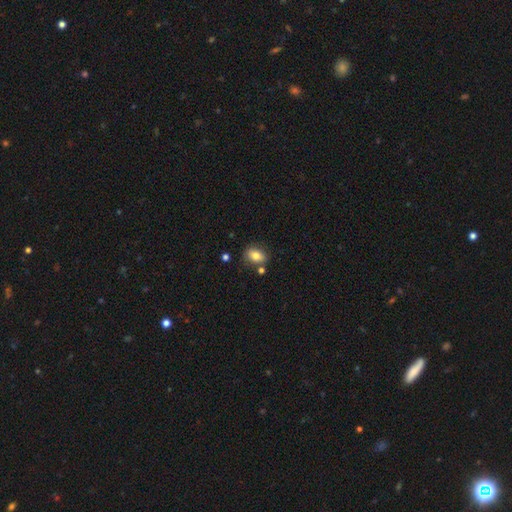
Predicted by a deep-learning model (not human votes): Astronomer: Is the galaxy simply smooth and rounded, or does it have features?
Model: smooth — 79%.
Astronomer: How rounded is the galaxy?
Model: in between — 80%.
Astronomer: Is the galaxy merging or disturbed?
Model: none — 74%.